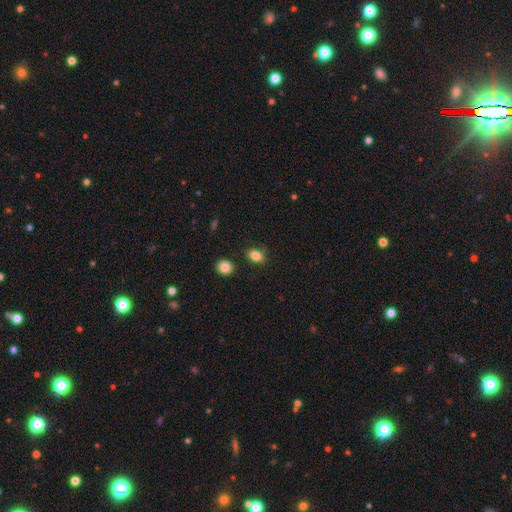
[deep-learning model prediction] Smooth or featured: smooth — 84% (star or artifact — 10%)
How rounded: in between — 70% (round — 28%)
Merging: none — 80% (minor disturbance — 13%)